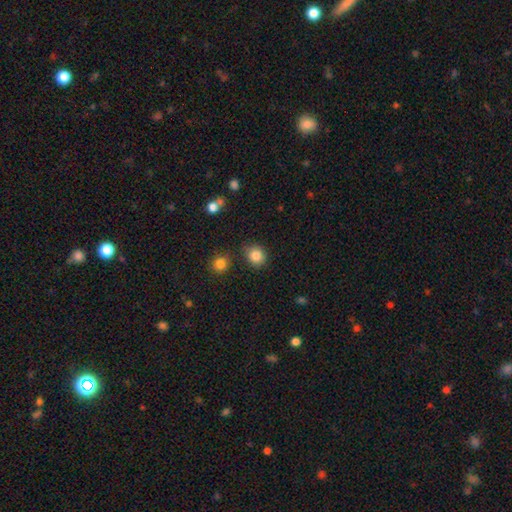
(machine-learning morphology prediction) Smooth or featured?
  - smooth: 85% *
  - star or artifact: 10%
  - featured or disk: 5%
How rounded?
  - round: 80% *
  - in between: 19%
  - cigar-shaped: 1%
Merging?
  - none: 82% *
  - minor disturbance: 11%
  - merger: 4%
  - major disturbance: 3%